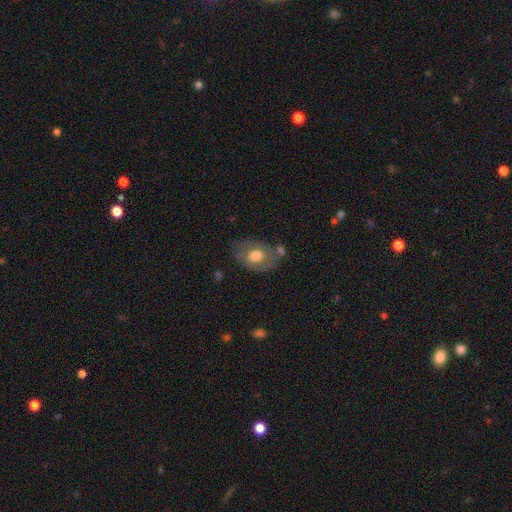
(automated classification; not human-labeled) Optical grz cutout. It shows a smooth galaxy with no disk features (57%) that is in between round and cigar-shaped (77%). Merging: none (61%).